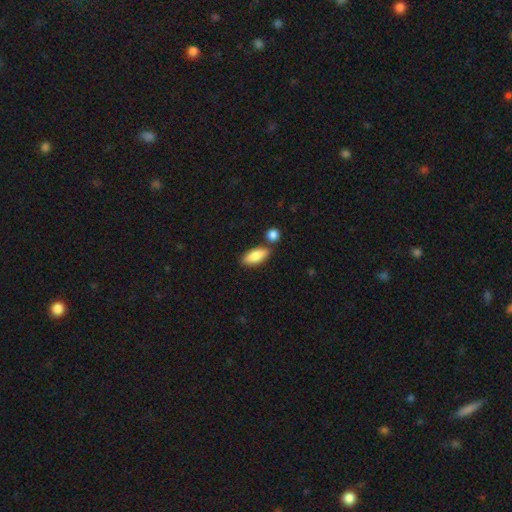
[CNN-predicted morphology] smooth_or_featured: smooth (p=0.83) [alt: featured or disk p=0.10]
how_rounded: in between (p=0.79) [alt: cigar-shaped p=0.18]
merging: none (p=0.73) [alt: merger p=0.13]